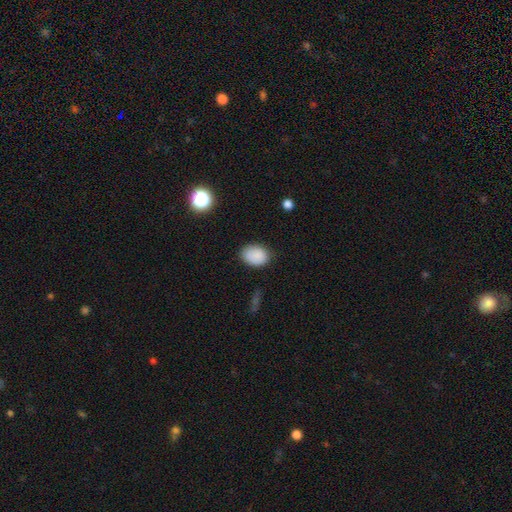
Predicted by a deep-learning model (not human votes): A smooth galaxy with no disk features (87%) that is in between round and cigar-shaped (70%).

Vote fractions:
- Smooth or featured? smooth: 87% / star or artifact: 8% / featured or disk: 5%
- How rounded? in between: 70% / round: 29% / cigar-shaped: 1%
- Merging? none: 80% / minor disturbance: 15% / major disturbance: 3% / merger: 1%